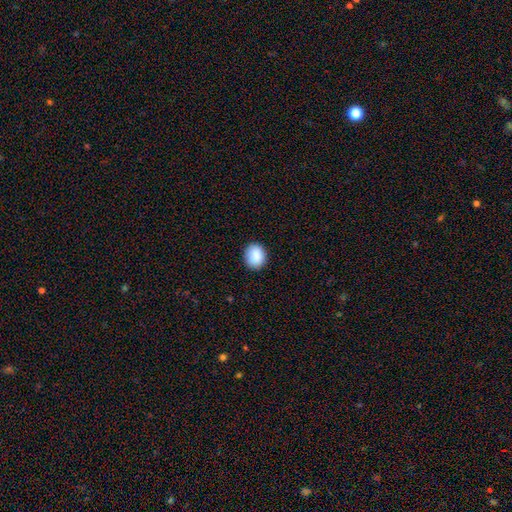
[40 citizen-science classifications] smooth_or_featured: smooth (p=0.97) [alt: featured or disk p=0.03]
how_rounded: round (p=0.69) [alt: in between p=0.31]
merging: none (p=0.93) [alt: minor disturbance p=0.07]